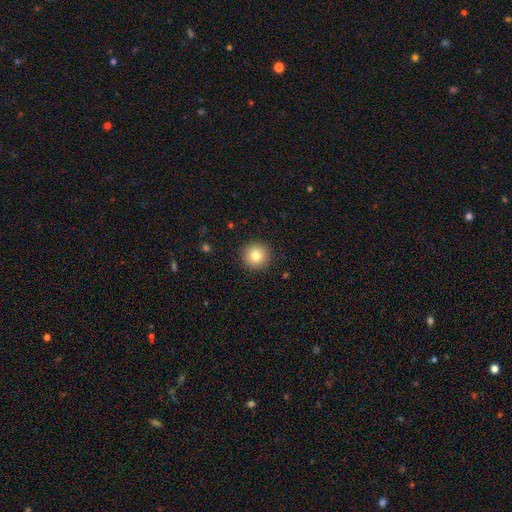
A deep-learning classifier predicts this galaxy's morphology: A smooth galaxy with no disk features (81%) that is round (95%).

Vote fractions:
- Smooth or featured? smooth: 81% / star or artifact: 10% / featured or disk: 9%
- How rounded? round: 95% / in between: 4% / cigar-shaped: 1%
- Merging? none: 91% / minor disturbance: 6% / major disturbance: 2% / merger: 1%